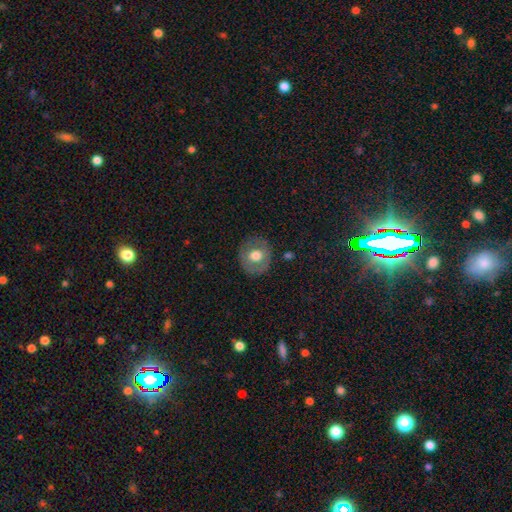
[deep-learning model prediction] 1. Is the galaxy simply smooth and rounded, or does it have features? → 61% smooth, 32% featured or disk, 7% star or artifact.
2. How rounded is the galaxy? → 82% round, 17% in between, 1% cigar-shaped.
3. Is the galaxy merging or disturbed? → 84% none, 11% minor disturbance, 4% major disturbance, 1% merger.